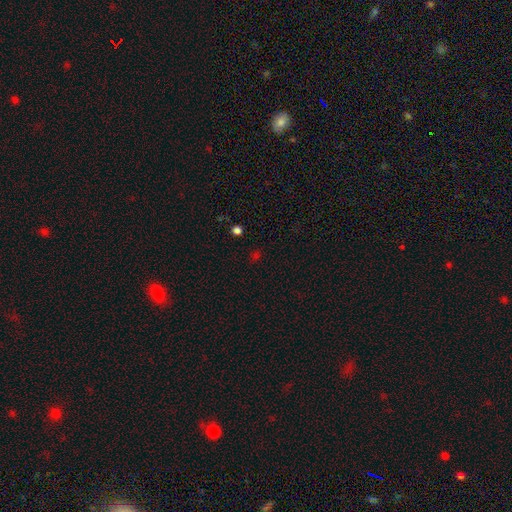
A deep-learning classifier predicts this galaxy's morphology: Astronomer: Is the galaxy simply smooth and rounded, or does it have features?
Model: smooth — 51% (runner-up: star or artifact, 44%).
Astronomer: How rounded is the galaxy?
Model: round — 70%.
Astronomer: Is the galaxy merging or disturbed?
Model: none — 82%.